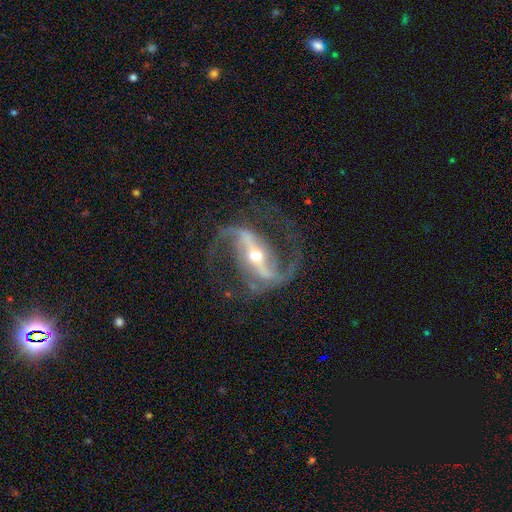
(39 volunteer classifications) Smooth or featured? 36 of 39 (92%) said featured or disk. Edge-on disk? 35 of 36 (97%) said no. Bar? 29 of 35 (83%) said strong. Spiral arms? 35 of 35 (100%) said yes. Spiral winding? 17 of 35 (49%) said medium. Spiral arm count? 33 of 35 (94%) said 2. Bulge size? 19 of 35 (54%) said moderate. Merging? 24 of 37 (65%) said none.